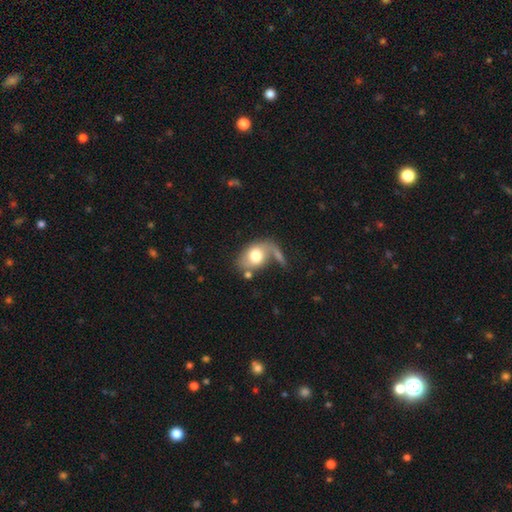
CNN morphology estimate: A smooth galaxy with no disk features (65%) that is in between round and cigar-shaped (77%).

Vote fractions:
- Smooth or featured? smooth: 65% / featured or disk: 28% / star or artifact: 7%
- How rounded? in between: 77% / round: 21% / cigar-shaped: 2%
- Merging? none: 41% / merger: 20% / major disturbance: 20% / minor disturbance: 20%